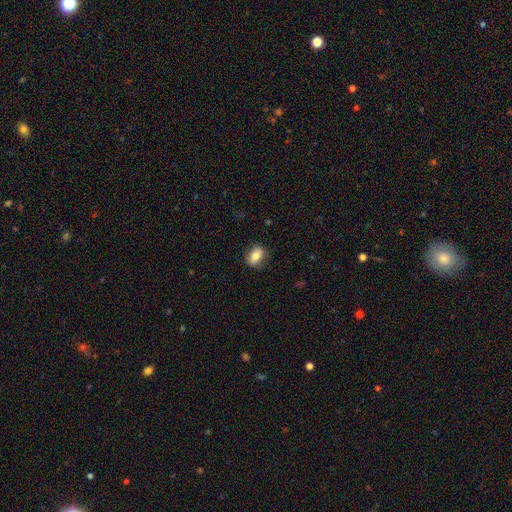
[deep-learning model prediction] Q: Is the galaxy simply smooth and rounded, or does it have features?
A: smooth — 78%.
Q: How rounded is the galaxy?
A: in between — 77%.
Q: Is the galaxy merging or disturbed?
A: none — 84%.